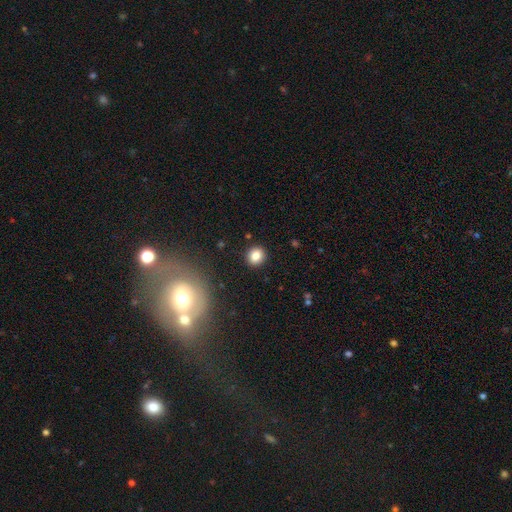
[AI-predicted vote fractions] This appears to be a smooth galaxy with no disk features (83%) that is round (80%). Merging: none (91%).